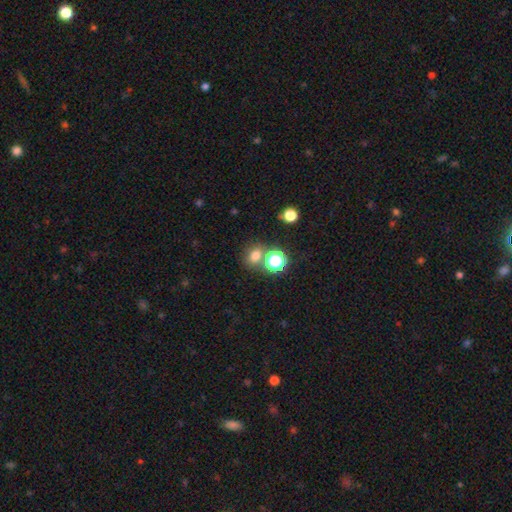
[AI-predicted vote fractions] Overall: smooth (72%). How rounded: round (59%; in between 39%). Merging: none (68%).